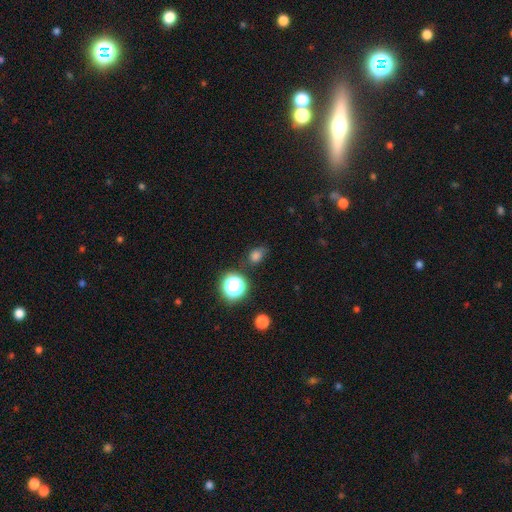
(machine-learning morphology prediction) smooth_or_featured: smooth (p=0.73) [alt: star or artifact p=0.20]
how_rounded: in between (p=0.52) [alt: round p=0.46]
merging: none (p=0.65) [alt: minor disturbance p=0.24]